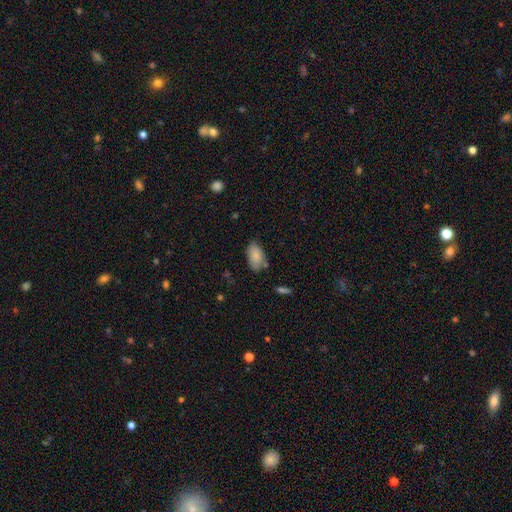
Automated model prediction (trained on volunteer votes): Morphology: type=smooth (82%); roundness=in between (93%); merging=none (70%).